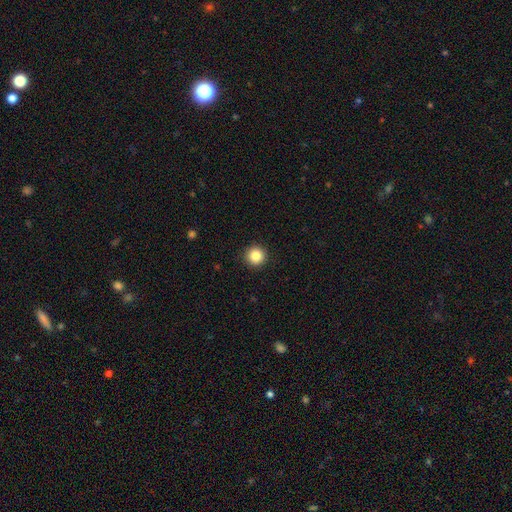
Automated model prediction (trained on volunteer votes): Overall: smooth (85%). How rounded: round (96%). Merging: none (93%).